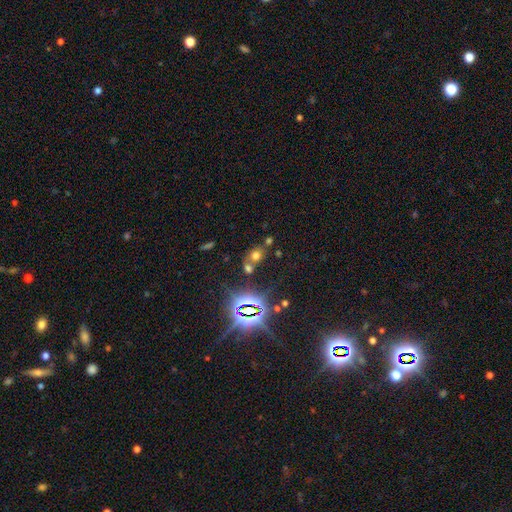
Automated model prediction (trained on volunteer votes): This is possibly a smooth galaxy (54%). How rounded: possibly round (57%). Merging: possibly none (52%).